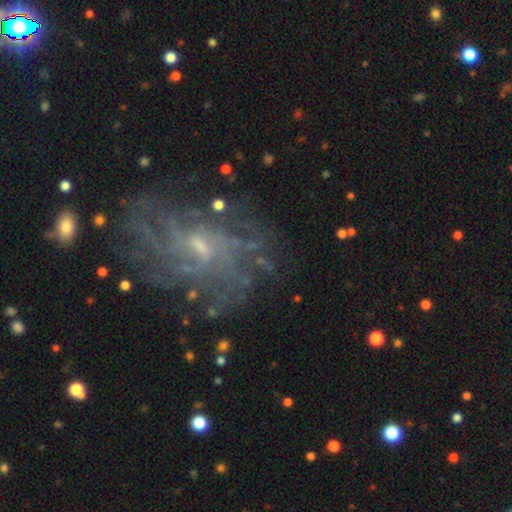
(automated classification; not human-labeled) This appears to be a featured or disk galaxy (78%) with no bar (51%), tight (48%) spiral arms (90%) and a small central bulge (69%). Merging: none (76%).